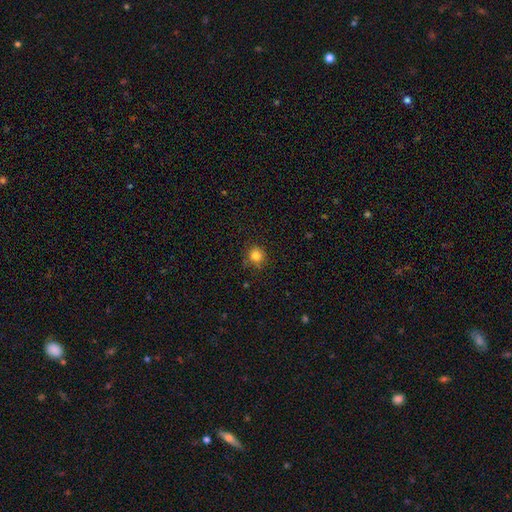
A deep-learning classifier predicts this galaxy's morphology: type=smooth (83%); roundness=round (90%); merging=none (82%).